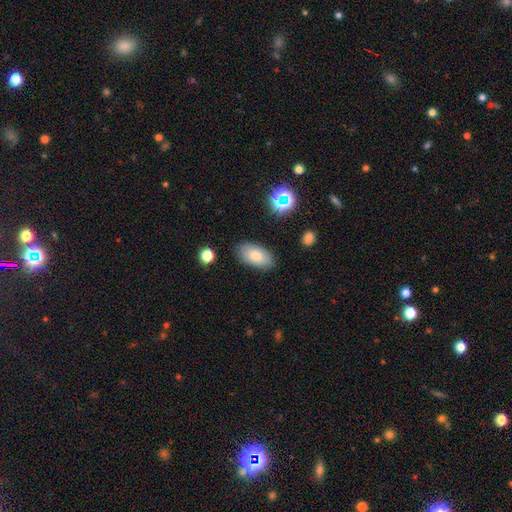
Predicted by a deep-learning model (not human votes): Smooth or featured? smooth (77%)
How rounded? in between (94%)
Merging? none (84%)